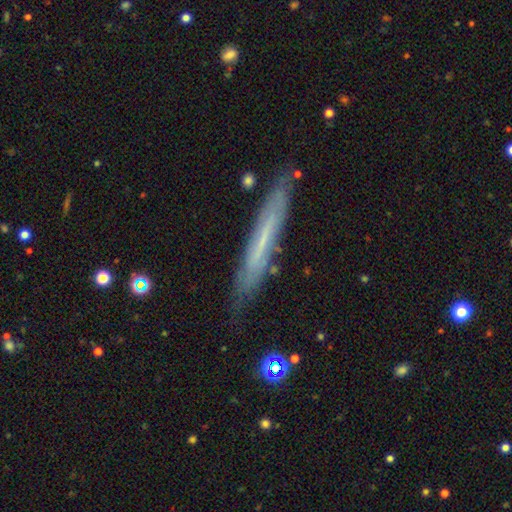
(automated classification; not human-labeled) featured or disk 50%, smooth 42%, star or artifact 8%. Down the decision tree: merging — none (75%).